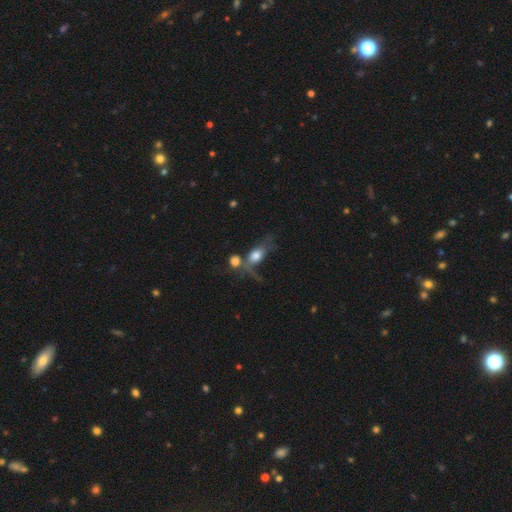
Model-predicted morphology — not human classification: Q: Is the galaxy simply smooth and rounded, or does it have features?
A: smooth — 64%.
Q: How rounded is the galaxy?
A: in between — 71%.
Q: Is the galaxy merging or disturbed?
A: merger — 39%.